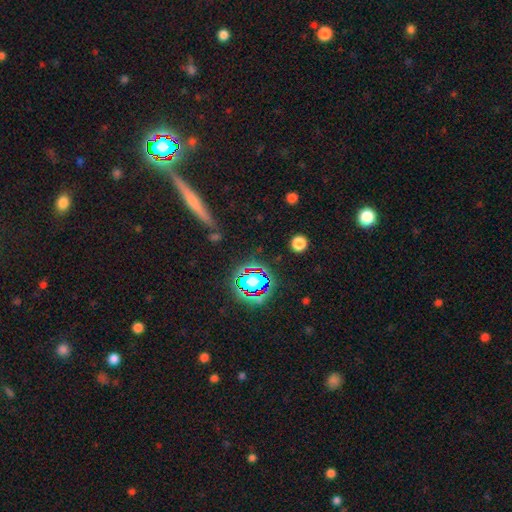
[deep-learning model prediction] Smooth or featured? star or artifact (62%)